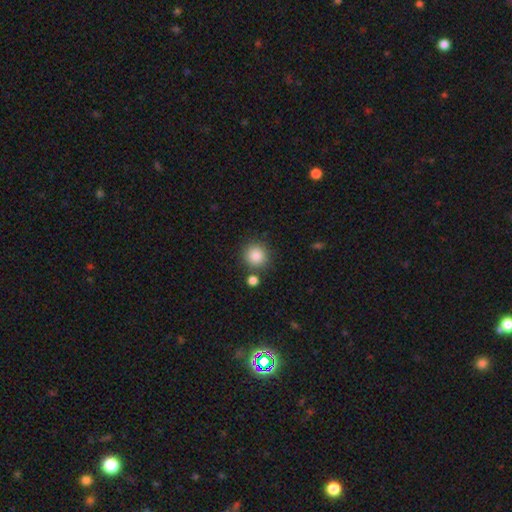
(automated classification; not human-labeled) The model was most divided on "merging": none: 79%, merger: 9%, minor disturbance: 8%, major disturbance: 3%. More confident: how rounded — round (92%); smooth or featured — smooth (86%).